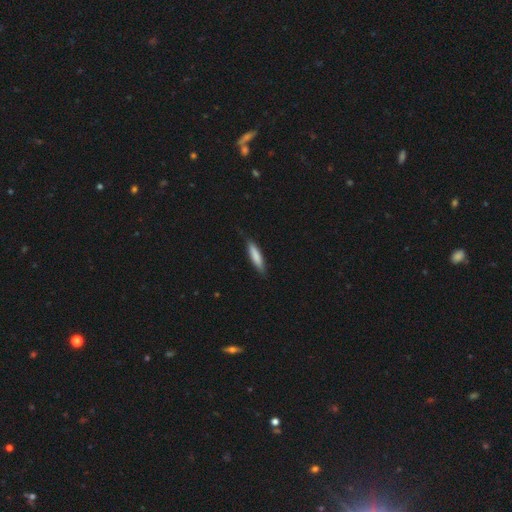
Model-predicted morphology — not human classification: Smooth or featured?
  - smooth: 79% *
  - featured or disk: 16%
  - star or artifact: 5%
How rounded?
  - cigar-shaped: 82% *
  - in between: 17%
  - round: 1%
Merging?
  - none: 80% *
  - minor disturbance: 17%
  - major disturbance: 3%
  - merger: 1%